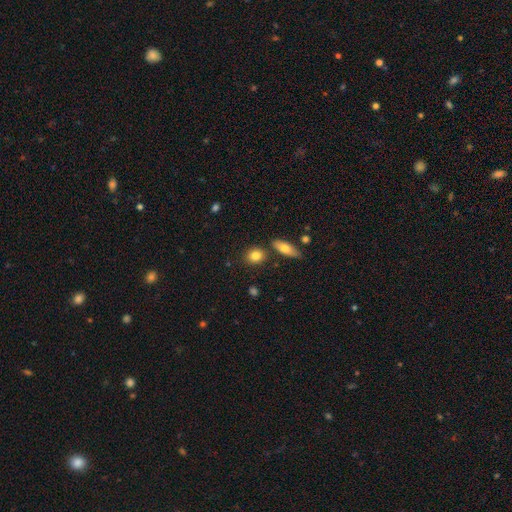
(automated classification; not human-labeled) smooth_or_featured: smooth (p=0.82) [alt: featured or disk p=0.10]
how_rounded: round (p=0.60) [alt: in between p=0.37]
merging: none (p=0.80) [alt: minor disturbance p=0.09]